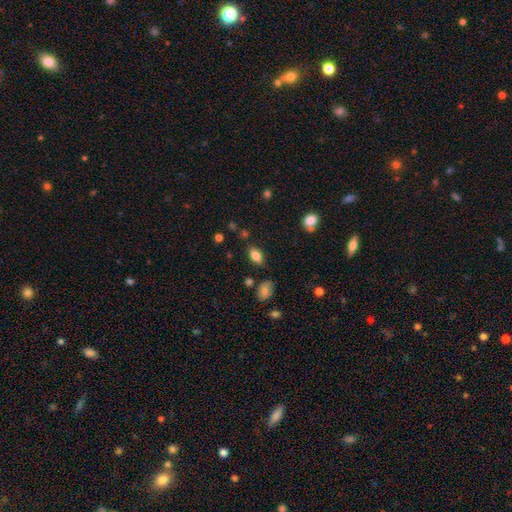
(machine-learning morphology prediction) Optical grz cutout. It shows a smooth galaxy with no disk features (79%) that is in between round and cigar-shaped (89%). Merging: none (82%).